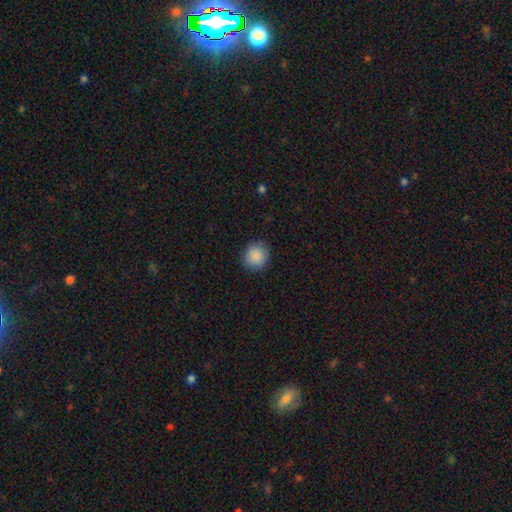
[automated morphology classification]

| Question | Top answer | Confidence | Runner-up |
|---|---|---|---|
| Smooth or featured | smooth | 89% | star or artifact (8%) |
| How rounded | round | 90% | in between (9%) |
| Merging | none | 89% | minor disturbance (8%) |